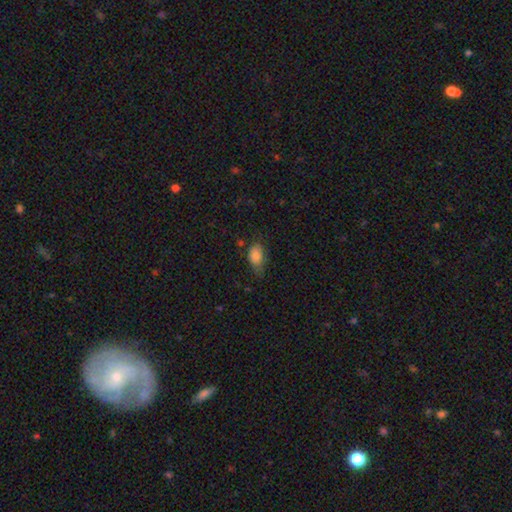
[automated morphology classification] A smooth galaxy with no disk features (83%) that is in between round and cigar-shaped (86%). Merging: none (51%).